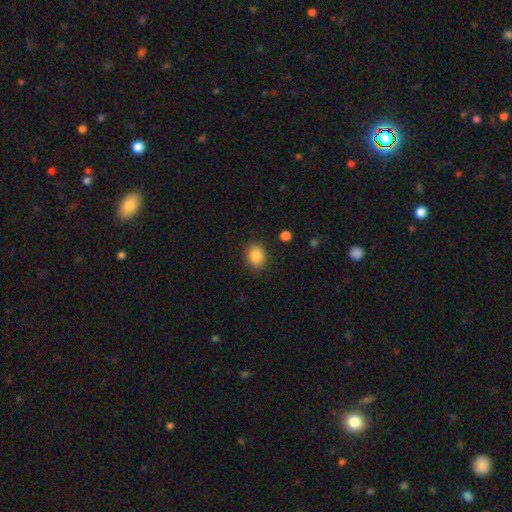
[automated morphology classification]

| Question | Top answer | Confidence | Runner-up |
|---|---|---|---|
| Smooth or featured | smooth | 86% | star or artifact (9%) |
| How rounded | round | 53% | in between (46%) |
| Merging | none | 88% | minor disturbance (8%) |